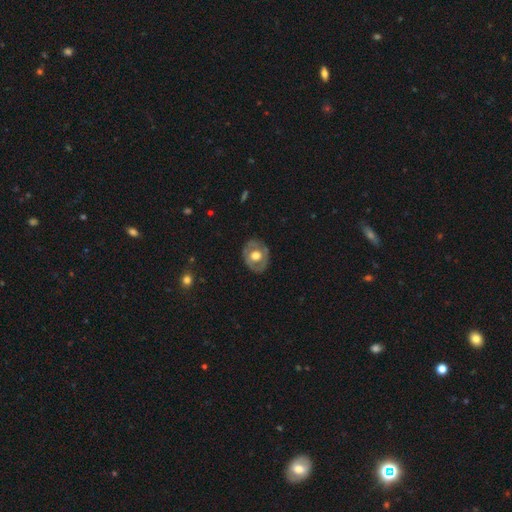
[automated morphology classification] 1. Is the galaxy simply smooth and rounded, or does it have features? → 52% featured or disk, 42% smooth, 6% star or artifact.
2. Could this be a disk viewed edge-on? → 94% no, 6% yes.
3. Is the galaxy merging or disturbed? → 80% none, 15% minor disturbance, 5% major disturbance, 1% merger.